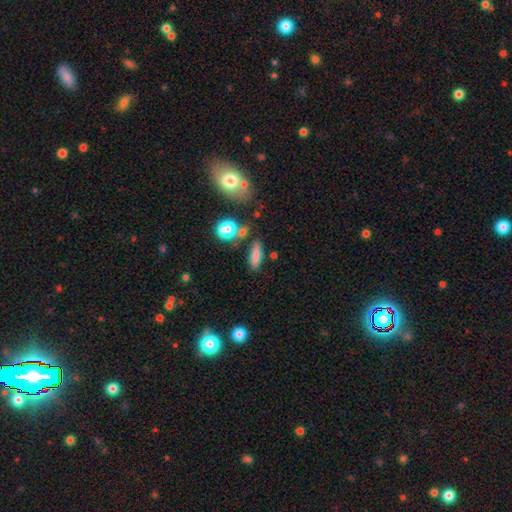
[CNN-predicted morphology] smooth_or_featured: smooth (p=0.79) [alt: star or artifact p=0.11]
how_rounded: cigar-shaped (p=0.47) [alt: in between p=0.45]
merging: none (p=0.76) [alt: minor disturbance p=0.12]